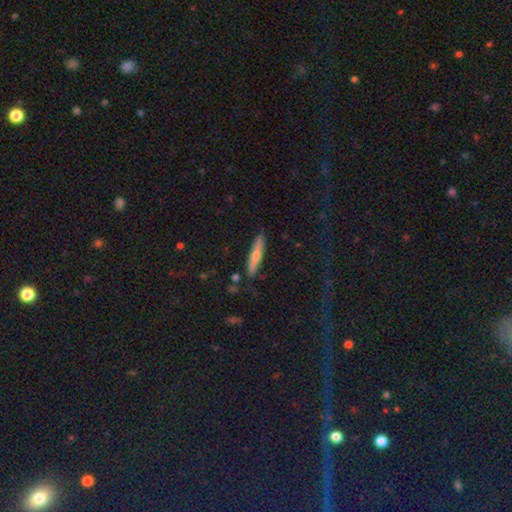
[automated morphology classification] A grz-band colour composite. It shows a smooth galaxy with no disk features (53%) that is cigar-shaped (88%). Merging: none (82%).